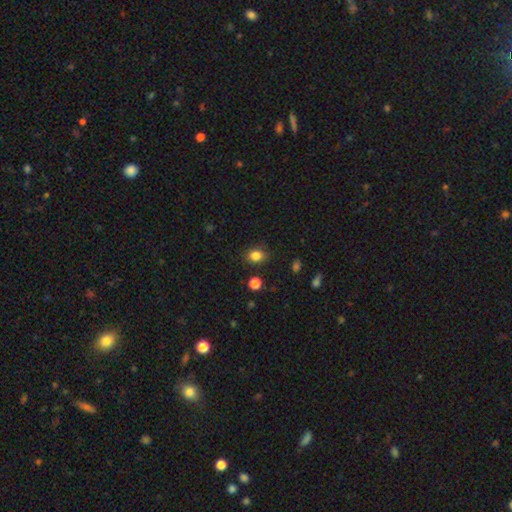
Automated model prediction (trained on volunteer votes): smooth 83%, star or artifact 12%, featured or disk 5%. Down the decision tree: how rounded — in between (52%); merging — none (85%).